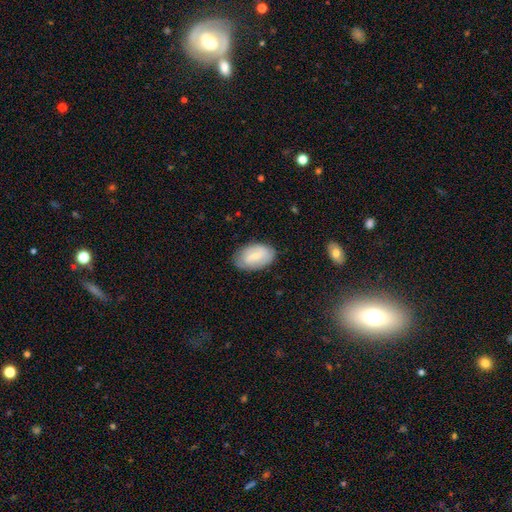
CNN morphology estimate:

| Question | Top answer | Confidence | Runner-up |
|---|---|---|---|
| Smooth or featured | smooth | 56% | featured or disk (37%) |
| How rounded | in between | 92% | round (6%) |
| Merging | none | 77% | minor disturbance (18%) |